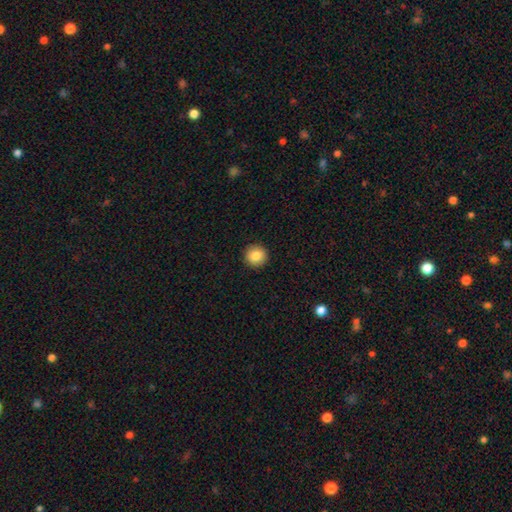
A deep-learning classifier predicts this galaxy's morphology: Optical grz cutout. It shows a smooth galaxy with no disk features (85%) that is round (95%). Merging: none (93%).